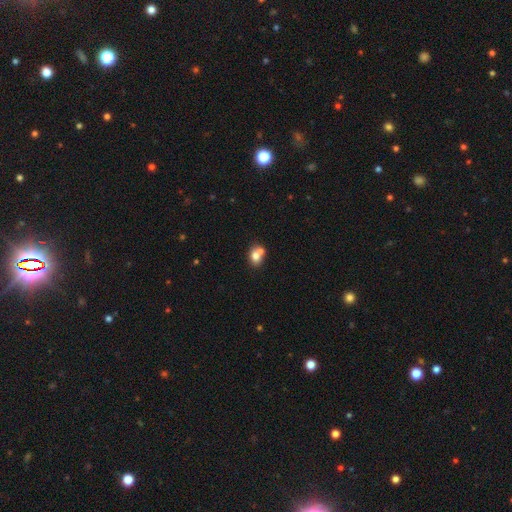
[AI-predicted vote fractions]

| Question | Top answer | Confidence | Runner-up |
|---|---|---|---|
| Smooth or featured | smooth | 74% | featured or disk (16%) |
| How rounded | in between | 50% | round (49%) |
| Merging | merger | 49% | none (39%) |